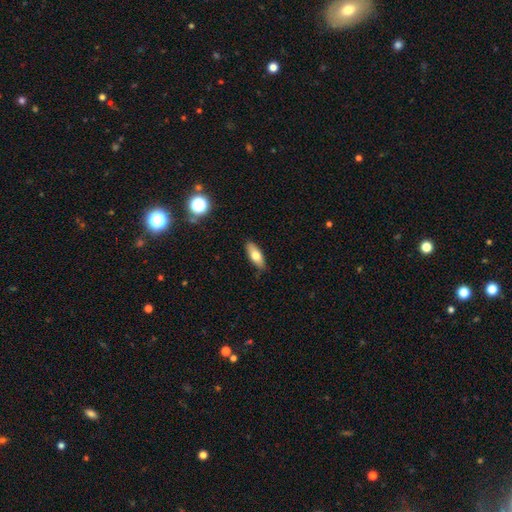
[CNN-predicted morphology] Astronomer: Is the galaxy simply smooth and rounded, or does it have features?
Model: smooth — 70%.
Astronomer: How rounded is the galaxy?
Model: in between — 70%.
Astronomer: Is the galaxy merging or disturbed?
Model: none — 84%.